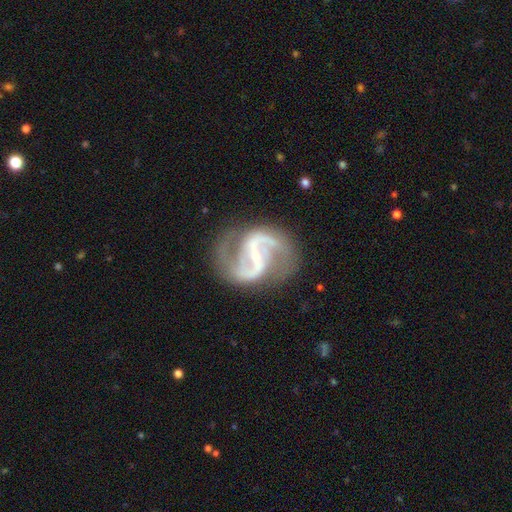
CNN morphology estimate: type=featured or disk (92%); edge-on=no (98%); bar=strong (50%); spiral arms=yes (97%); winding=medium (55%); arm count=2 (92%); bulge=small (77%); merging=none (73%).